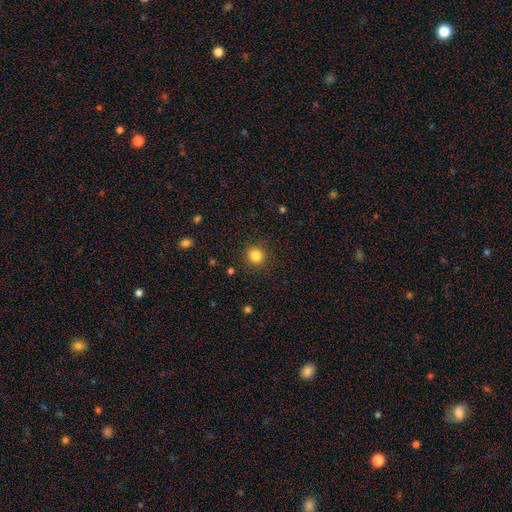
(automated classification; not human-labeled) Q: Smooth or featured?
A: smooth (83%); runner-up: star or artifact (12%)
Q: How rounded?
A: round (92%); runner-up: in between (7%)
Q: Merging?
A: none (90%); runner-up: minor disturbance (6%)